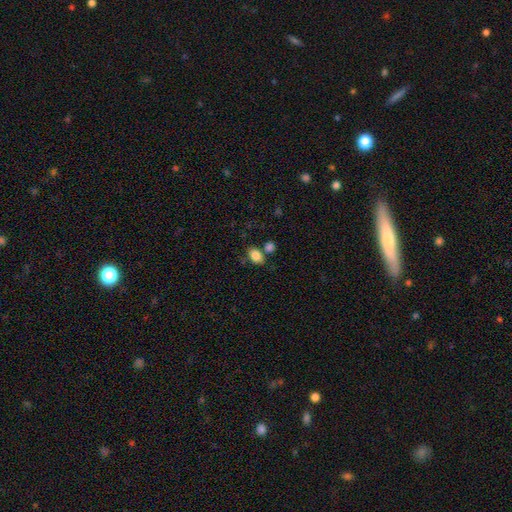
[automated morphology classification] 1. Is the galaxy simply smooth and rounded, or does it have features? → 85% smooth, 9% star or artifact, 6% featured or disk.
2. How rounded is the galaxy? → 77% in between, 22% round, 1% cigar-shaped.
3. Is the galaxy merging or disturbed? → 64% none, 19% merger, 13% minor disturbance, 4% major disturbance.